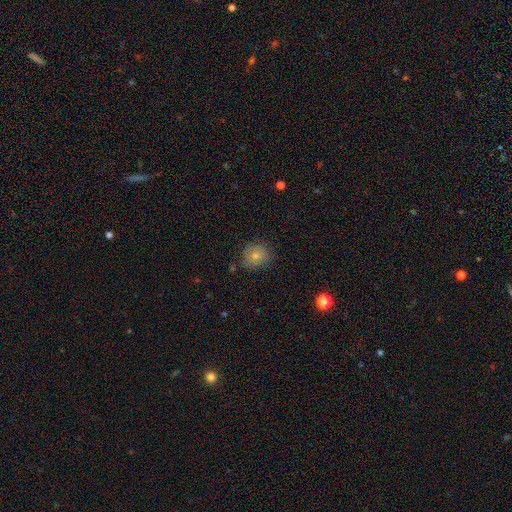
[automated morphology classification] Smooth or featured? Predicted: smooth (p=0.77). How rounded? Predicted: round (p=0.83). Merging? Predicted: none (p=0.73).